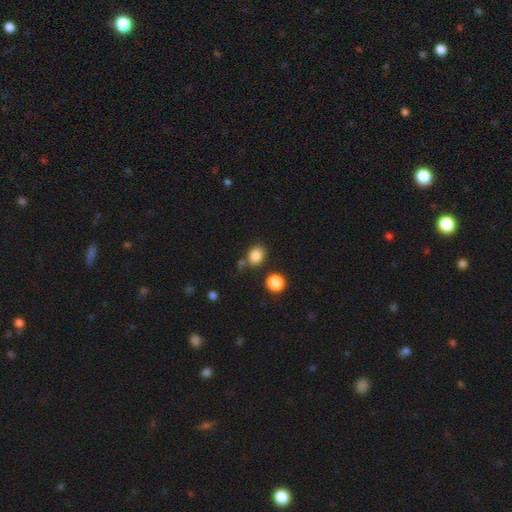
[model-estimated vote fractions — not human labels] smooth 85%, star or artifact 11%, featured or disk 4%. Down the decision tree: how rounded — round (50%); merging — none (72%).